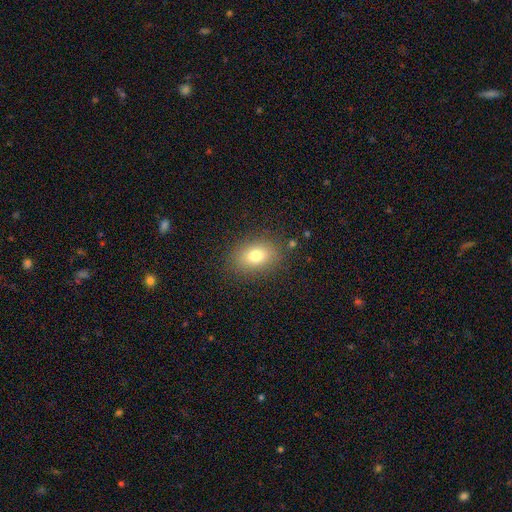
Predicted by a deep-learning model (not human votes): Q: Smooth or featured?
A: smooth (76%); runner-up: featured or disk (12%)
Q: How rounded?
A: in between (73%); runner-up: round (26%)
Q: Merging?
A: none (85%); runner-up: minor disturbance (10%)